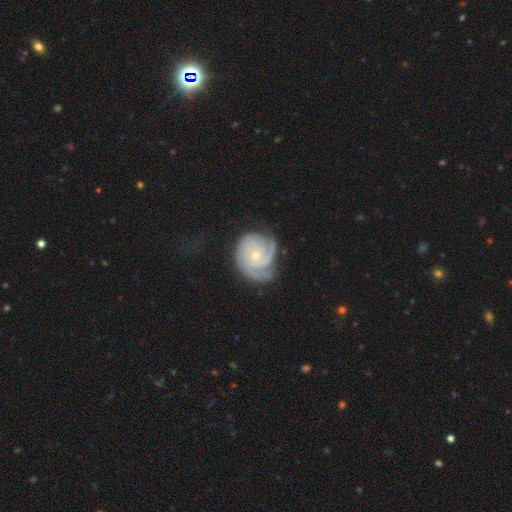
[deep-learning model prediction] featured or disk 88%, smooth 6%, star or artifact 5%. Down the decision tree: edge-on disk — no (98%); bar — no (77%); spiral arms — yes (98%); spiral arm count — 3 (43%); spiral winding — tight (76%); bulge size — small (72%); merging — none (69%).